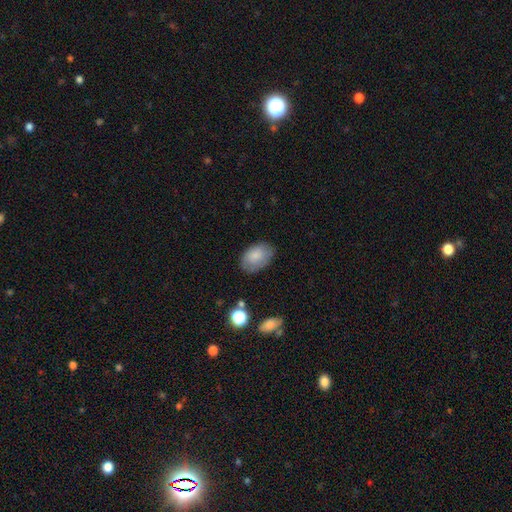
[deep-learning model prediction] This appears to be a smooth galaxy with no disk features (82%) that is in between round and cigar-shaped (89%). Merging: none (77%).